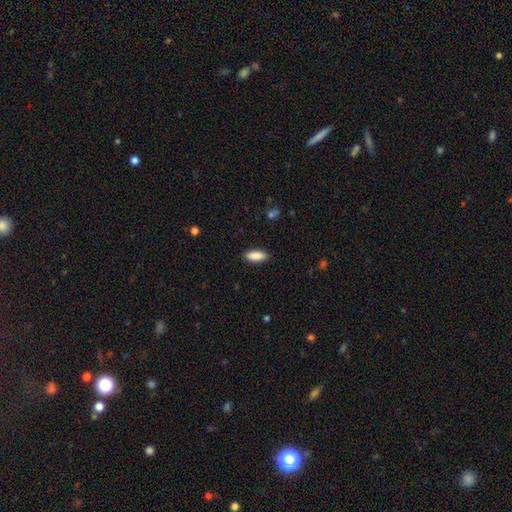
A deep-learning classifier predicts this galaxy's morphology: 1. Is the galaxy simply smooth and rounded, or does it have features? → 90% smooth, 6% star or artifact, 4% featured or disk.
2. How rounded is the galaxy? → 79% in between, 20% cigar-shaped, 2% round.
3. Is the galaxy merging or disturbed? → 89% none, 8% minor disturbance, 2% major disturbance, 1% merger.